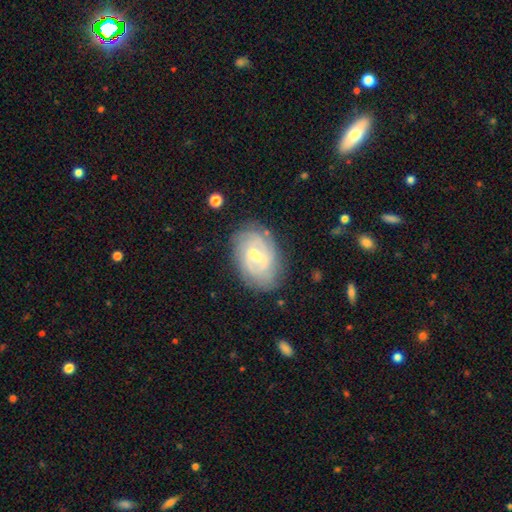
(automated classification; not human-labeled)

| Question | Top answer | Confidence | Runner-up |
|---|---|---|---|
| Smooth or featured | featured or disk | 73% | smooth (20%) |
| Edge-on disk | no | 96% | yes (4%) |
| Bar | weak | 56% | no (29%) |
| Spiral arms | yes | 86% | no (14%) |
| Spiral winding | tight | 61% | medium (30%) |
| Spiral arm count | can't tell | 40% | 2 (35%) |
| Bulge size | small | 45% | moderate (44%) |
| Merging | none | 72% | minor disturbance (19%) |